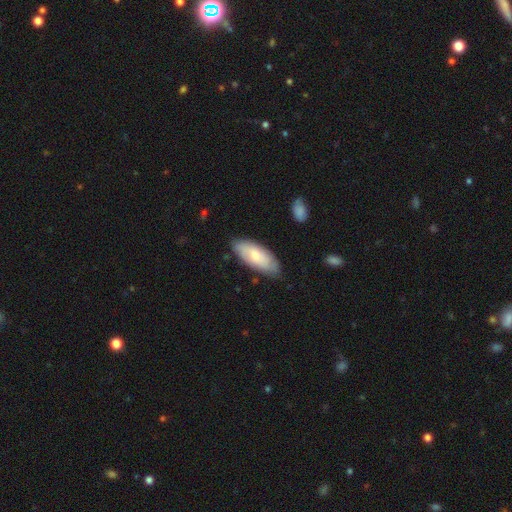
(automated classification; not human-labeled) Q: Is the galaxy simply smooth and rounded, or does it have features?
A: smooth — 67%.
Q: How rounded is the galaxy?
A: in between — 83%.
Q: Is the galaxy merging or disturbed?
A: none — 76%.